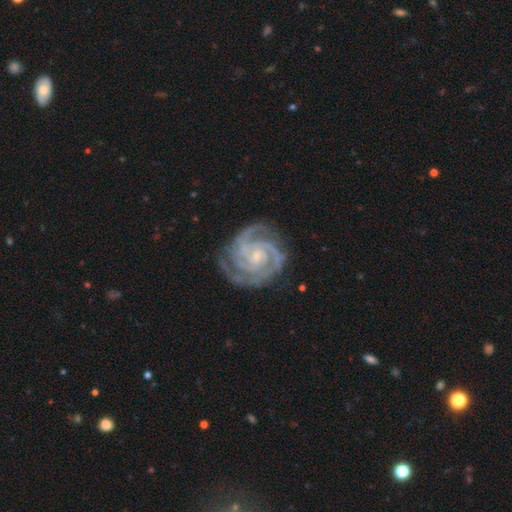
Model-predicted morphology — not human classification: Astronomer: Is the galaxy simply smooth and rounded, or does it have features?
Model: featured or disk — 93%.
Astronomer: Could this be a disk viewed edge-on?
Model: no — 98%.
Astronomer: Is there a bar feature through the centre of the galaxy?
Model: no — 63%.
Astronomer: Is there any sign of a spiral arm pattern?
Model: yes — 99%.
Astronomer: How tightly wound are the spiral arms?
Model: tight — 74%.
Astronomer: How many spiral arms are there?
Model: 3 — 42% (runner-up: 2, 22%).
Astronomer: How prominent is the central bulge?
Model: small — 77%.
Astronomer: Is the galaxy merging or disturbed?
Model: none — 77%.